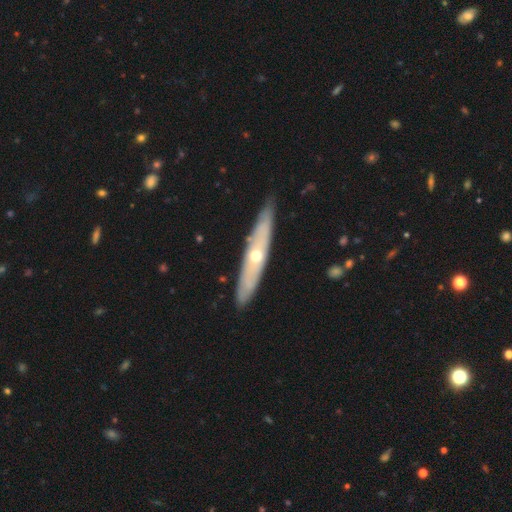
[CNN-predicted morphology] A featured or disk galaxy (66%) viewed edge-on (70%). Merging: none (85%).